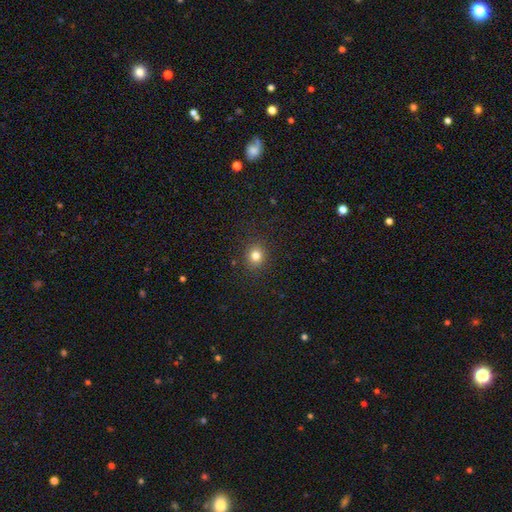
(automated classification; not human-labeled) smooth-or-featured: smooth: 80% | star or artifact: 14% | featured or disk: 6%
  how-rounded: round: 84% | in between: 15% | cigar-shaped: 1%
  merging: none: 90% | minor disturbance: 7% | major disturbance: 2% | merger: 1%